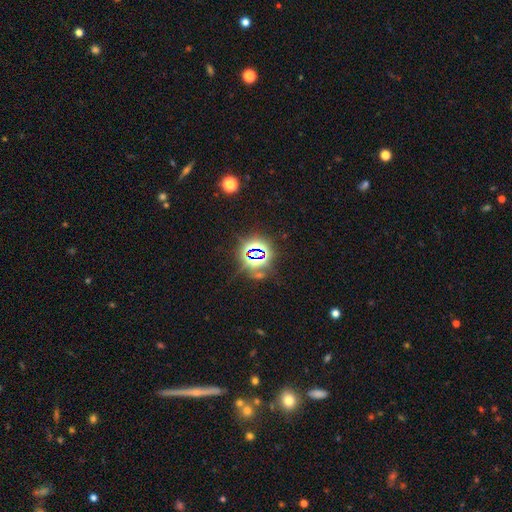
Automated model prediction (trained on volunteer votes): Smooth or featured? Predicted: star or artifact (p=0.79).